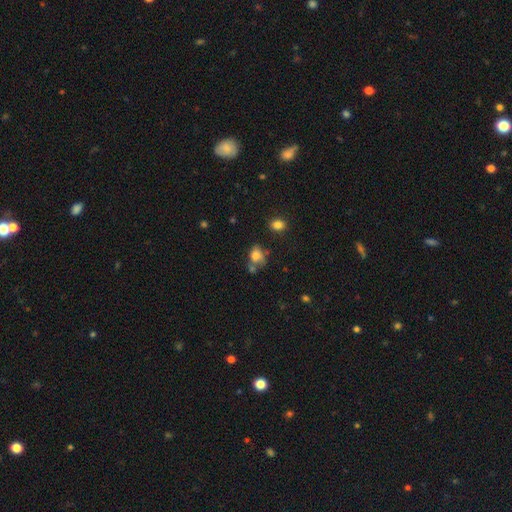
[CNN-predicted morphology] The model was most divided on "merging": none: 44%, merger: 25%, minor disturbance: 22%, major disturbance: 10%. More confident: smooth or featured — smooth (74%); how rounded — in between (62%).